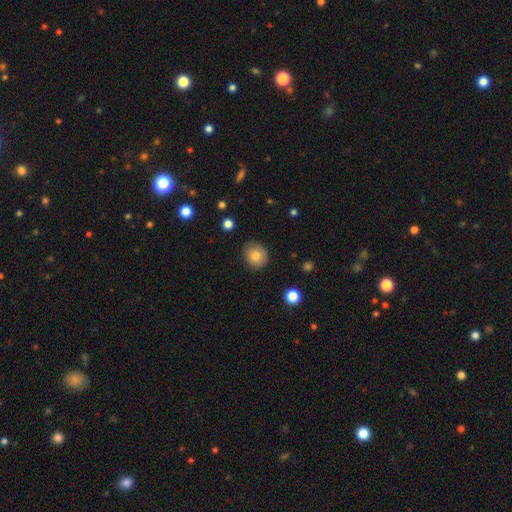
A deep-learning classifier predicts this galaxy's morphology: smooth-or-featured: smooth: 79% | featured or disk: 11% | star or artifact: 9%
  how-rounded: round: 74% | in between: 26% | cigar-shaped: 1%
  merging: none: 84% | minor disturbance: 12% | major disturbance: 3% | merger: 1%